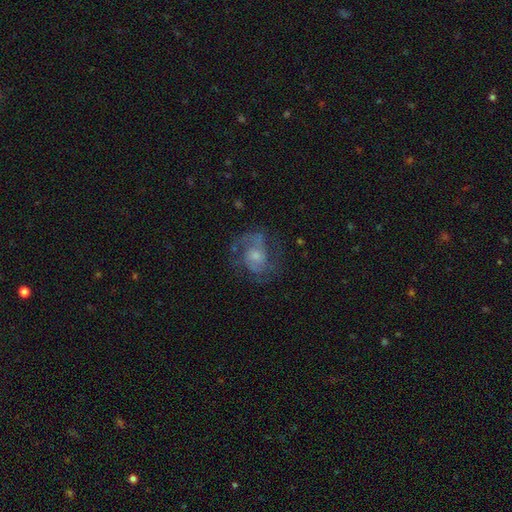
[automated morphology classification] A featured or disk galaxy (77%) with no bar (64%), 2 (68%) medium (52%) spiral arms (92%) and a small central bulge (45%). Merging: none (68%).